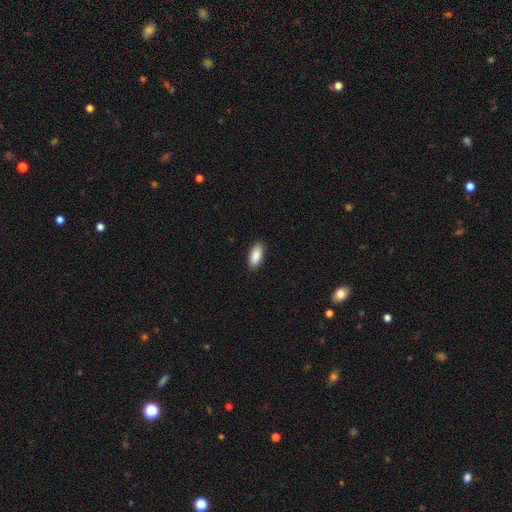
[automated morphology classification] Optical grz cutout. It shows a smooth galaxy with no disk features (90%) that is in between round and cigar-shaped (88%). Merging: none (88%).